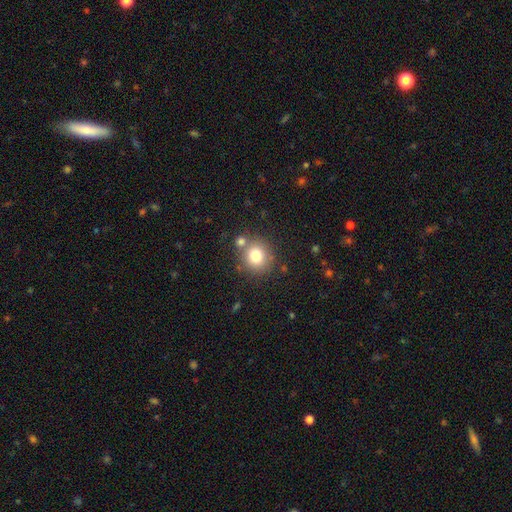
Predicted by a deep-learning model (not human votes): smooth-or-featured: smooth: 78% | star or artifact: 12% | featured or disk: 11%
  how-rounded: round: 85% | in between: 14% | cigar-shaped: 1%
  merging: none: 71% | merger: 15% | minor disturbance: 10% | major disturbance: 4%